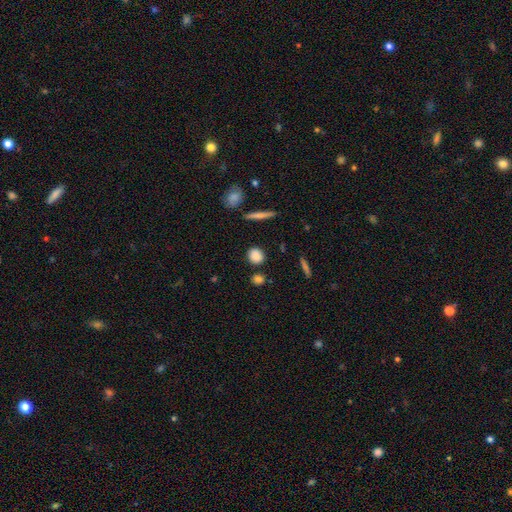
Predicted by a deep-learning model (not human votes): This appears to be a smooth galaxy with no disk features (85%) that is round (75%). Merging: none (85%).